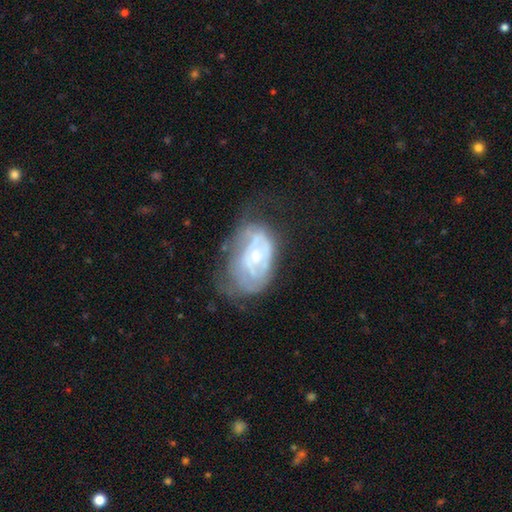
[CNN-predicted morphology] Q: Smooth or featured?
A: featured or disk (69%); runner-up: smooth (24%)
Q: Edge-on disk?
A: no (96%); runner-up: yes (4%)
Q: Bar?
A: no (77%); runner-up: weak (20%)
Q: Spiral arms?
A: yes (63%); runner-up: no (37%)
Q: Bulge size?
A: small (63%); runner-up: moderate (31%)
Q: Merging?
A: none (38%); runner-up: major disturbance (29%)